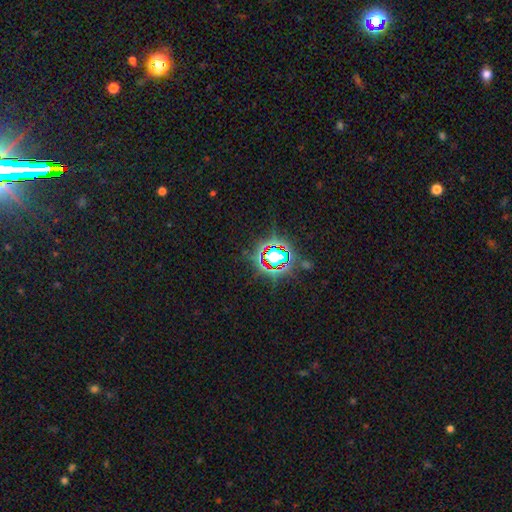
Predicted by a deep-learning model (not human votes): Morphology: type=star or artifact (80%).